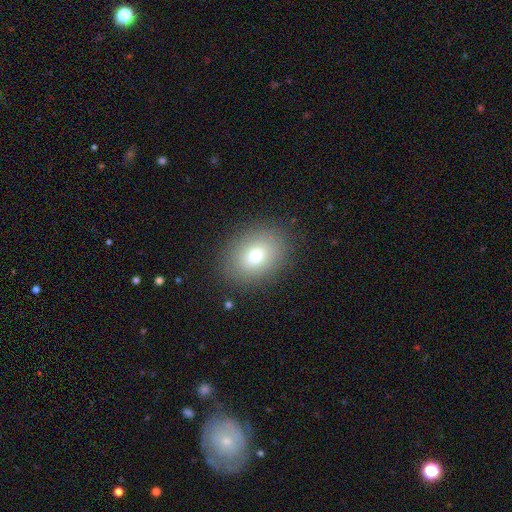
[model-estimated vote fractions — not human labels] smooth-or-featured: smooth: 73% | featured or disk: 14% | star or artifact: 13%
  how-rounded: in between: 56% | round: 43% | cigar-shaped: 1%
  merging: none: 86% | minor disturbance: 9% | major disturbance: 4% | merger: 1%